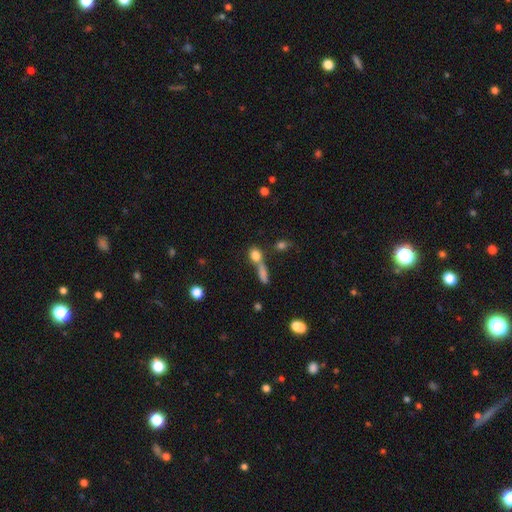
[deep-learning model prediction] This appears to be a smooth galaxy with no disk features (77%) that is round (60%). Merging: none (43%).